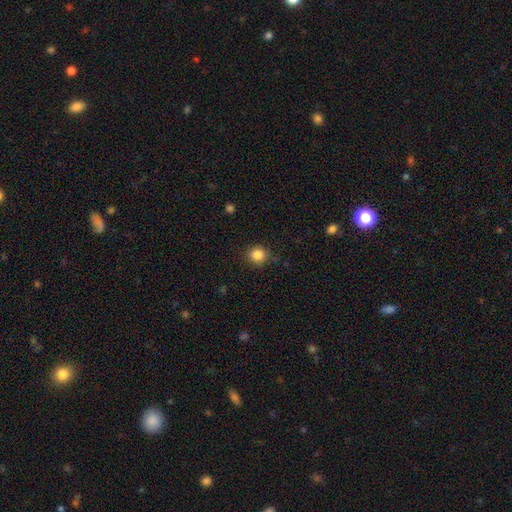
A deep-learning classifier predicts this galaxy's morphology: A smooth galaxy with no disk features (84%) that is round (84%).

Vote fractions:
- Smooth or featured? smooth: 84% / star or artifact: 12% / featured or disk: 4%
- How rounded? round: 84% / in between: 15% / cigar-shaped: 1%
- Merging? none: 87% / minor disturbance: 10% / major disturbance: 3% / merger: 1%